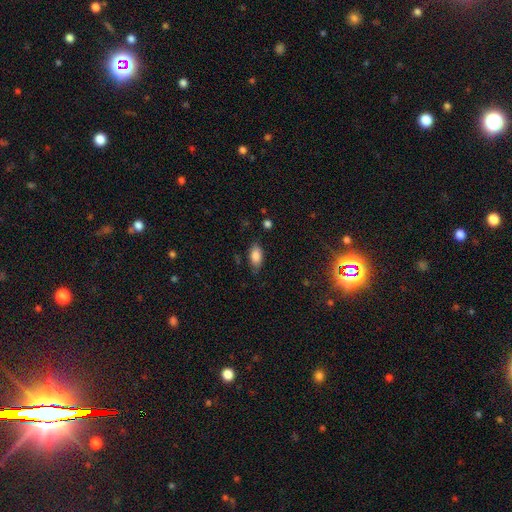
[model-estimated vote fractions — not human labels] A smooth galaxy with no disk features (85%) that is in between round and cigar-shaped (91%).

Vote fractions:
- Smooth or featured? smooth: 85% / star or artifact: 8% / featured or disk: 8%
- How rounded? in between: 91% / cigar-shaped: 5% / round: 4%
- Merging? none: 77% / minor disturbance: 18% / major disturbance: 4% / merger: 1%